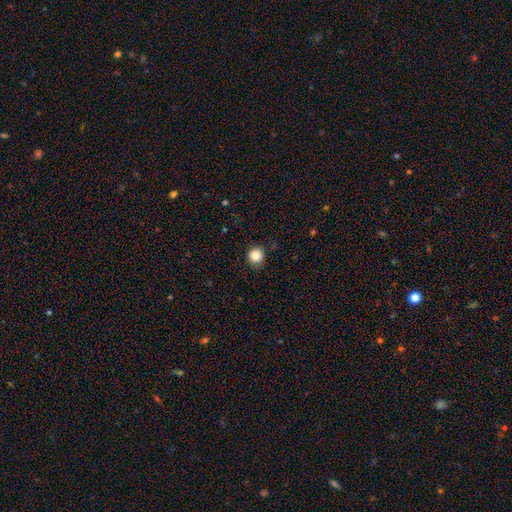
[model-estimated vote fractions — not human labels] Smooth or featured: smooth — 86% (star or artifact — 10%)
How rounded: round — 91% (in between — 8%)
Merging: none — 85% (minor disturbance — 11%)